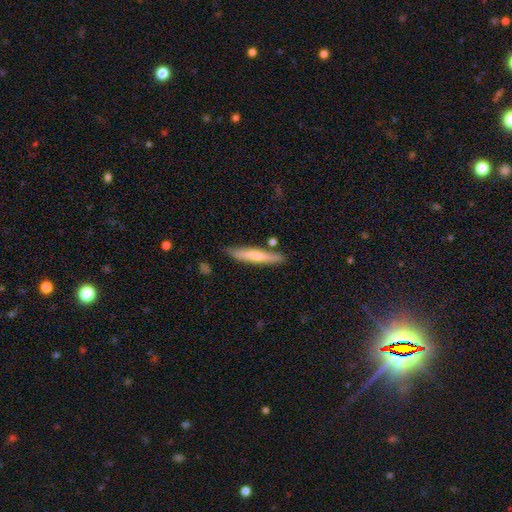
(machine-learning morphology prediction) This appears to be a smooth galaxy with no disk features (62%) that is cigar-shaped (93%). Merging: none (81%).